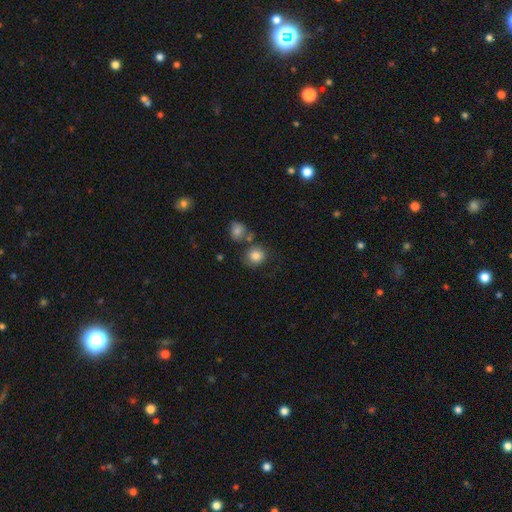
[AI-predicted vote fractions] Smooth or featured: smooth — 84% (star or artifact — 9%)
How rounded: round — 79% (in between — 21%)
Merging: none — 69% (minor disturbance — 14%)